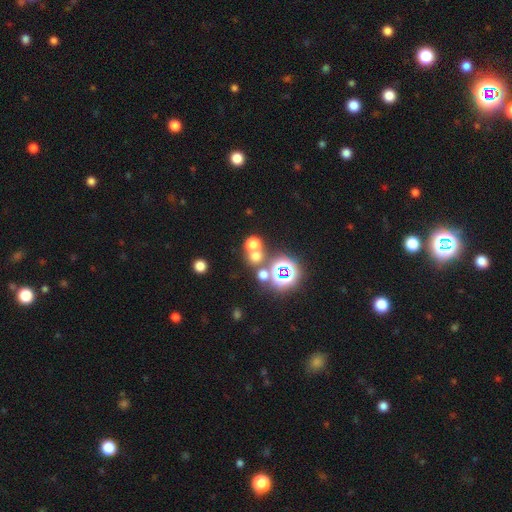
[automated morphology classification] The model was most divided on "smooth or featured": smooth: 56%, star or artifact: 34%, featured or disk: 10%. More confident: how rounded — round (87%); merging — none (60%).